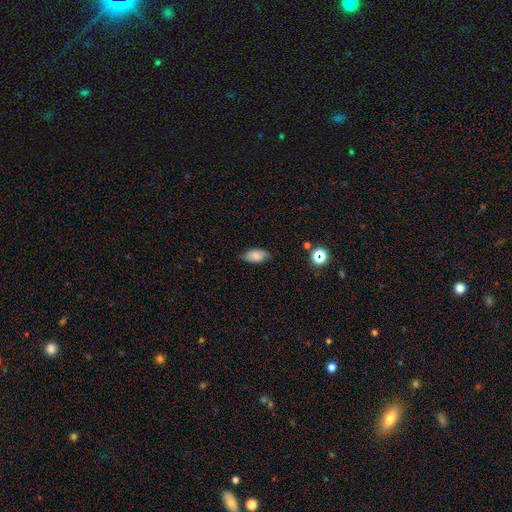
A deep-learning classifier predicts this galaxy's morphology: This is likely a smooth galaxy (79%). How rounded: clearly in between (91%). Merging: likely none (75%).